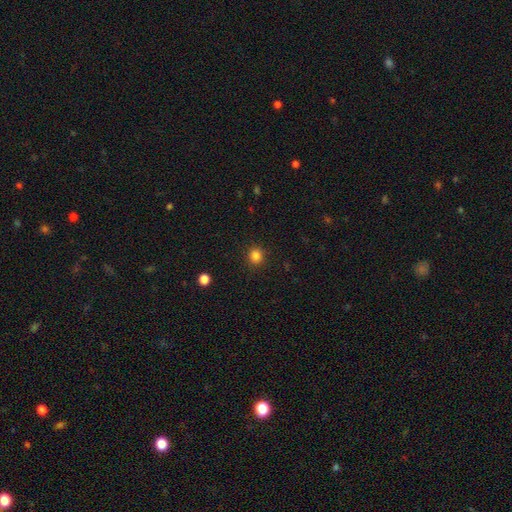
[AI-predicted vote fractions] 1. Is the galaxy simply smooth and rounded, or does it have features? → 84% smooth, 12% star or artifact, 4% featured or disk.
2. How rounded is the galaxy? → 87% round, 13% in between, 1% cigar-shaped.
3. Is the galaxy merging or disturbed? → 91% none, 6% minor disturbance, 2% major disturbance, 1% merger.